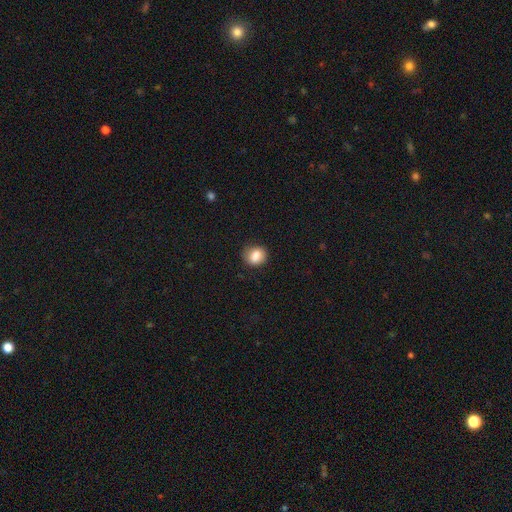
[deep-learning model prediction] smooth 83%, star or artifact 9%, featured or disk 8%. Down the decision tree: how rounded — round (63%); merging — none (79%).